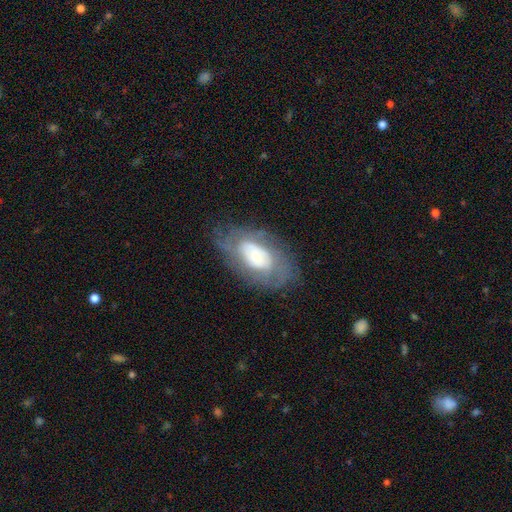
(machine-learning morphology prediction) Smooth or featured? featured or disk (63%)
Edge-on disk? no (94%)
Bar? no (73%)
Spiral arms? yes (70%)
Bulge size? small (44%)
Merging? none (68%)